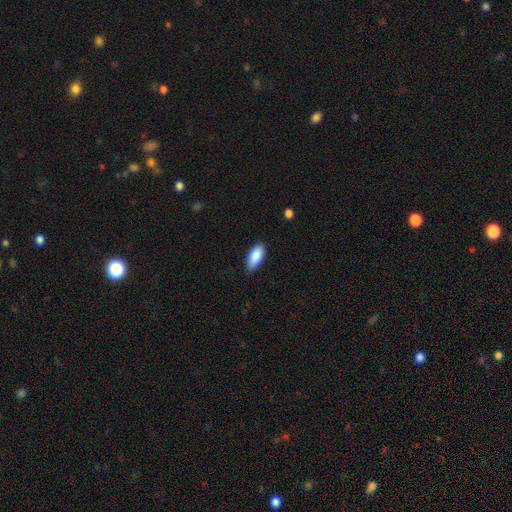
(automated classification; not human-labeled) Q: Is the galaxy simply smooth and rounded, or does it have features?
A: smooth — 88%.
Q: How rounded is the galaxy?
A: in between — 87%.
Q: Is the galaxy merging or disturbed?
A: none — 83%.